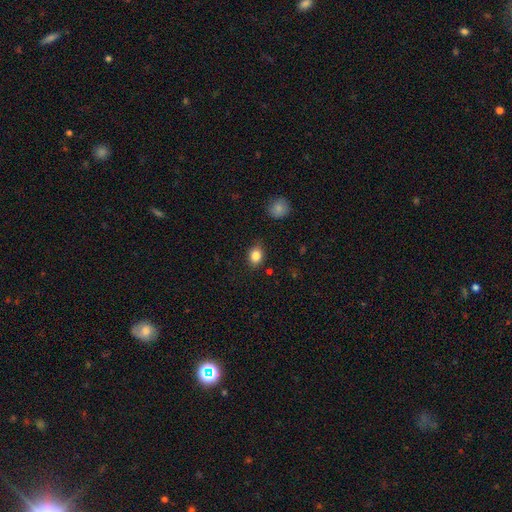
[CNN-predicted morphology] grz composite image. It shows a smooth galaxy with no disk features (84%) that is in between round and cigar-shaped (53%). Merging: none (82%).